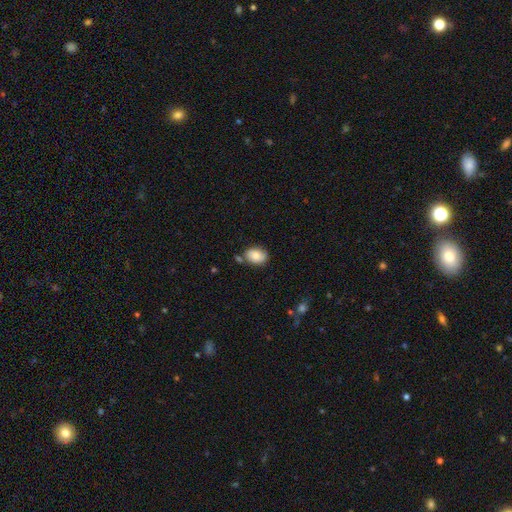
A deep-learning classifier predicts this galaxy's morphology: smooth_or_featured: smooth (p=0.80) [alt: featured or disk p=0.13]
how_rounded: in between (p=0.72) [alt: round p=0.27]
merging: none (p=0.69) [alt: minor disturbance p=0.18]